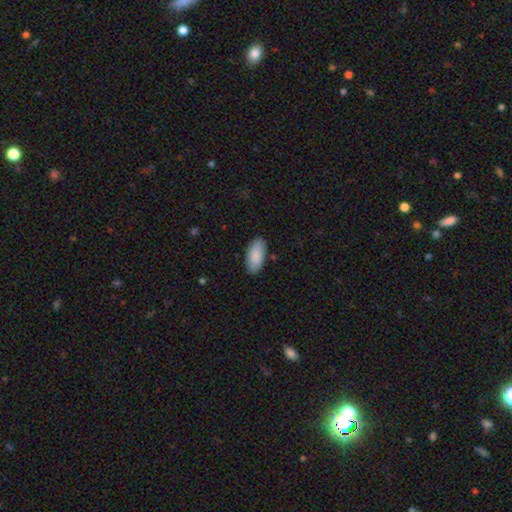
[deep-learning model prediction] smooth 88%, featured or disk 6%, star or artifact 6%. Down the decision tree: how rounded — in between (91%); merging — none (85%).